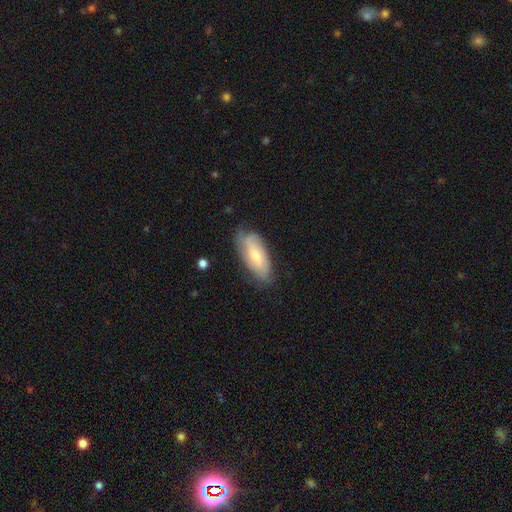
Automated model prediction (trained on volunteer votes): This is possibly a featured or disk galaxy (47%, tied with smooth). Merging: likely none (67%).